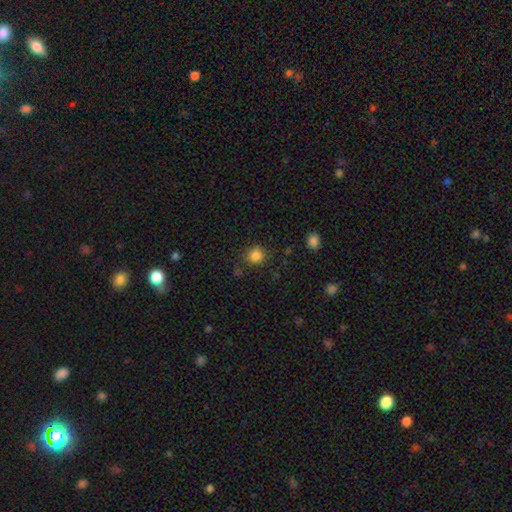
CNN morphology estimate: Smooth or featured: smooth — 84% (star or artifact — 12%)
How rounded: round — 85% (in between — 14%)
Merging: none — 81% (minor disturbance — 12%)